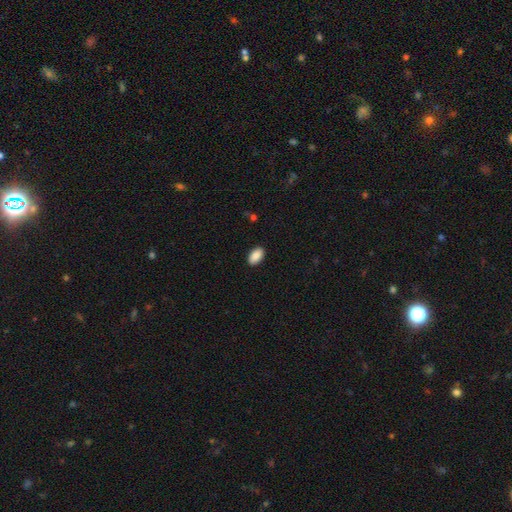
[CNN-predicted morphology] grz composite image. It shows a smooth galaxy with no disk features (89%) that is in between round and cigar-shaped (94%). Merging: none (90%).